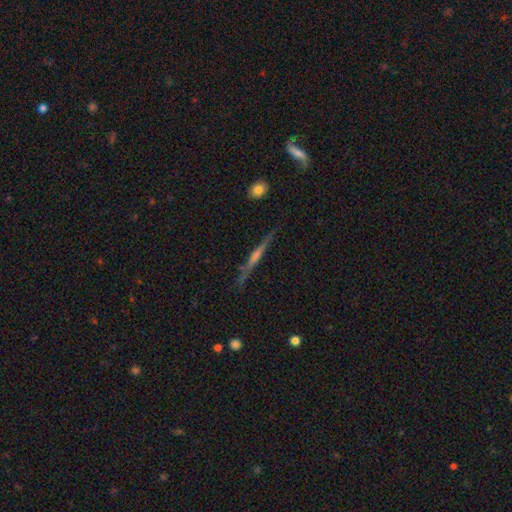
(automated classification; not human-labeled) smooth_or_featured: featured or disk (p=0.66) [alt: smooth p=0.26]
disk_edge_on: yes (p=0.96) [alt: no p=0.04]
edge_on_bulge: none (p=0.44) [alt: rounded p=0.37]
merging: none (p=0.83) [alt: minor disturbance p=0.13]